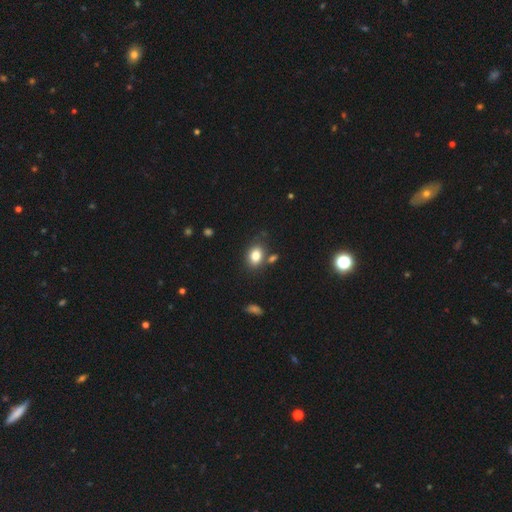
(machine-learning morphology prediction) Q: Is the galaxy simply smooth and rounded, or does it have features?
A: smooth — 82%.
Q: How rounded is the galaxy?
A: in between — 69%.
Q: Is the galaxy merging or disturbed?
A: none — 73%.